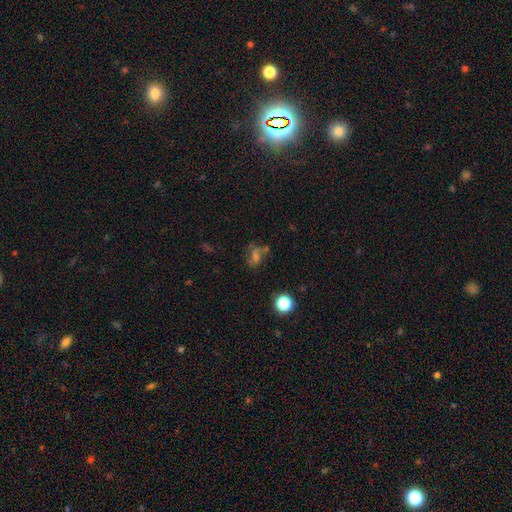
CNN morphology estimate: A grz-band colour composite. It shows a featured or disk galaxy (37%). Merging: none (50%).